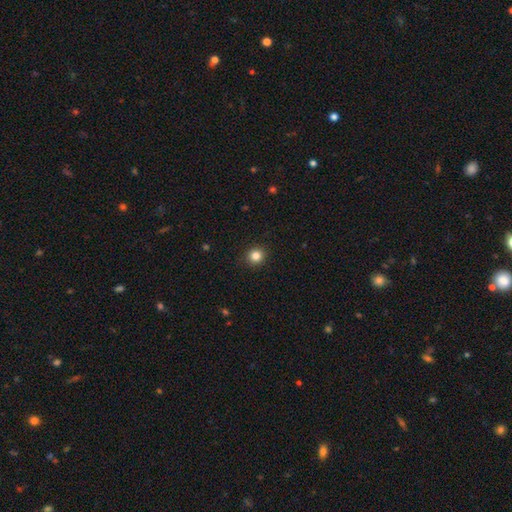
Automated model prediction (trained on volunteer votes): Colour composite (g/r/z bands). It shows a smooth galaxy with no disk features (84%) that is round (89%). Merging: none (91%).